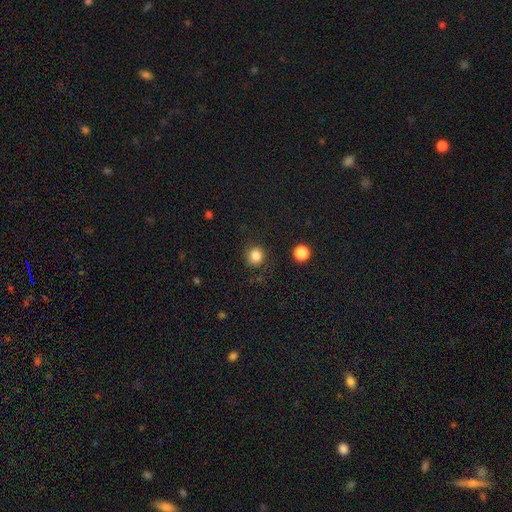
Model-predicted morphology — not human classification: smooth-or-featured: smooth: 84% | star or artifact: 11% | featured or disk: 4%
  how-rounded: round: 89% | in between: 11% | cigar-shaped: 1%
  merging: none: 84% | minor disturbance: 10% | major disturbance: 4% | merger: 2%